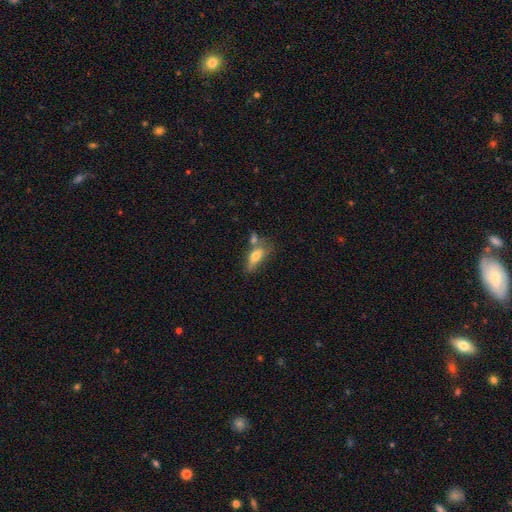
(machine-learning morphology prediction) Smooth or featured? smooth (66%)
How rounded? in between (70%)
Merging? none (39%)